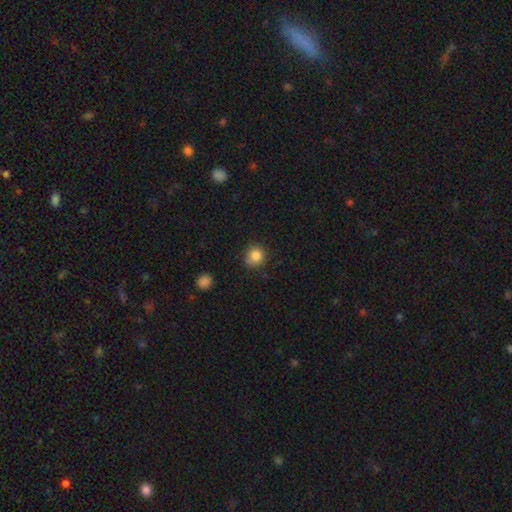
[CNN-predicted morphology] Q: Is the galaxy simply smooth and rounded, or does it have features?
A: smooth — 84%.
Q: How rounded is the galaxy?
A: round — 88%.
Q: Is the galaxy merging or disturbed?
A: none — 77%.